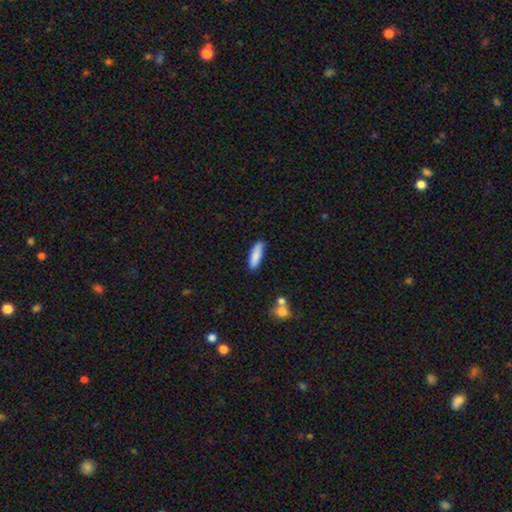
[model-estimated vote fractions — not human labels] Smooth or featured?
  - smooth: 86% *
  - featured or disk: 8%
  - star or artifact: 6%
How rounded?
  - cigar-shaped: 58% *
  - in between: 41%
  - round: 2%
Merging?
  - none: 85% *
  - minor disturbance: 11%
  - merger: 2%
  - major disturbance: 2%